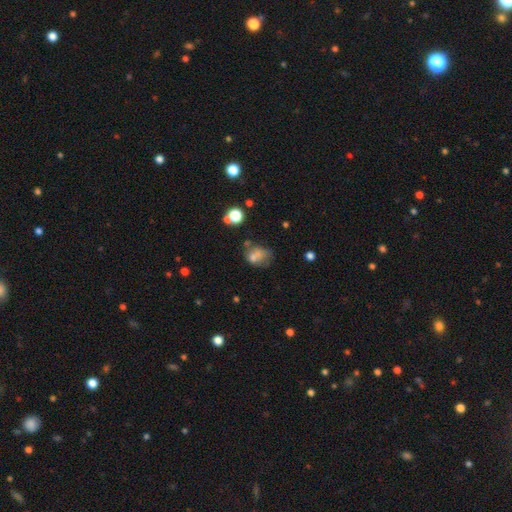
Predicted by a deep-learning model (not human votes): Smooth or featured: smooth — 63% (featured or disk — 22%)
How rounded: in between — 61% (round — 38%)
Merging: none — 32% (major disturbance — 25%)